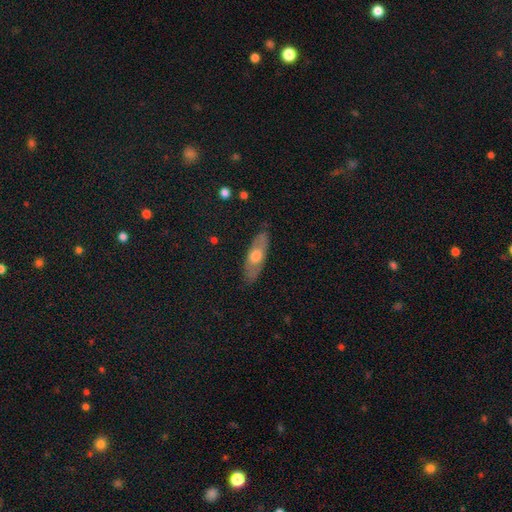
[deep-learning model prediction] smooth-or-featured: featured or disk: 49% | smooth: 43% | star or artifact: 8%
  merging: none: 85% | minor disturbance: 11% | major disturbance: 3% | merger: 1%